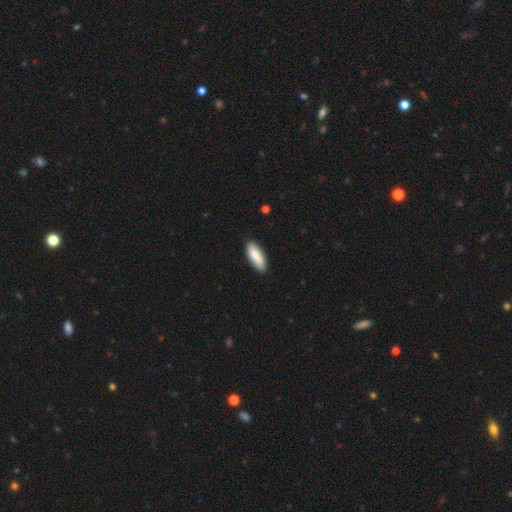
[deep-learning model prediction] This is clearly a smooth galaxy (84%). How rounded: likely in between (70%). Merging: clearly none (86%).